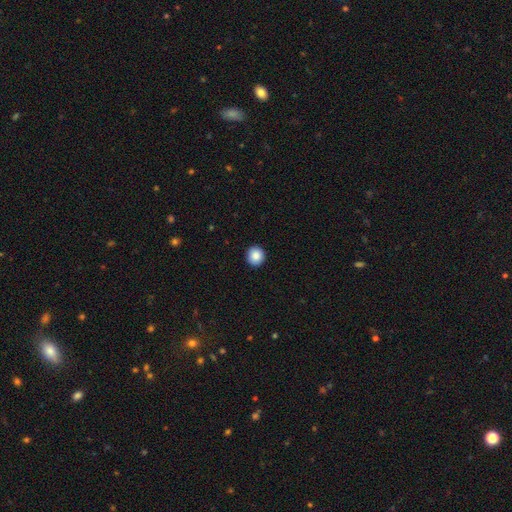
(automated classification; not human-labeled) The model was most divided on "smooth or featured": smooth: 88%, star or artifact: 8%, featured or disk: 4%. More confident: merging — none (93%); how rounded — round (93%).